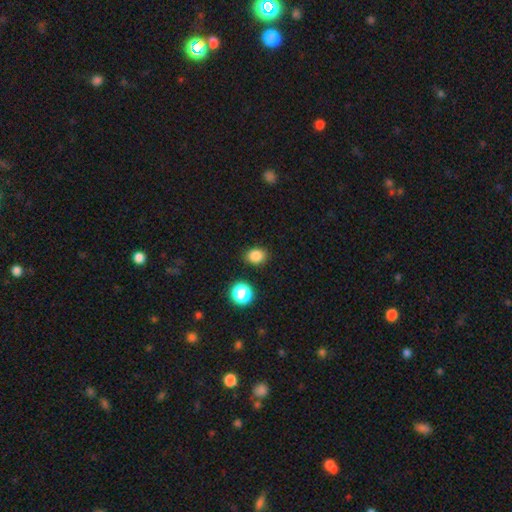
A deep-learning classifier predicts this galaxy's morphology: This is clearly a smooth galaxy (83%). How rounded: possibly in between (50%). Merging: clearly none (86%).